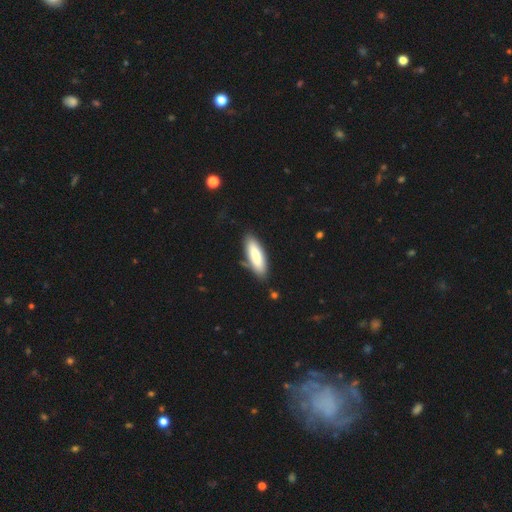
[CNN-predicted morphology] Q: Smooth or featured?
A: smooth (83%); runner-up: featured or disk (11%)
Q: How rounded?
A: in between (55%); runner-up: cigar-shaped (44%)
Q: Merging?
A: none (80%); runner-up: minor disturbance (14%)